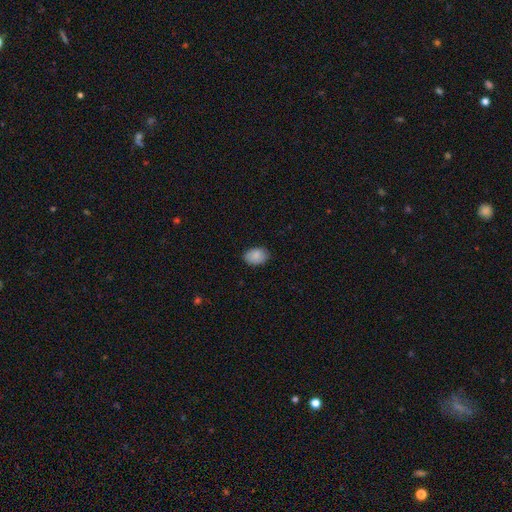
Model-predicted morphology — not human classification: Smooth or featured: smooth — 88% (star or artifact — 7%)
How rounded: in between — 80% (round — 19%)
Merging: none — 84% (minor disturbance — 12%)